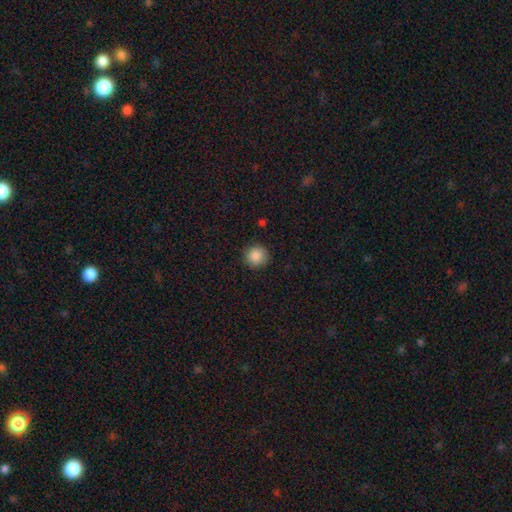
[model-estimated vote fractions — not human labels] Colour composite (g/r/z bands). It shows a smooth galaxy with no disk features (87%) that is round (94%). Merging: none (90%).